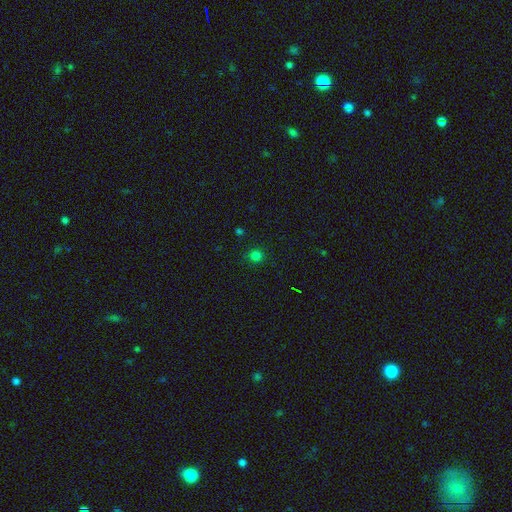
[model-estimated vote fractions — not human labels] This appears to be a smooth galaxy with no disk features (78%) that is round (92%). Merging: none (89%).